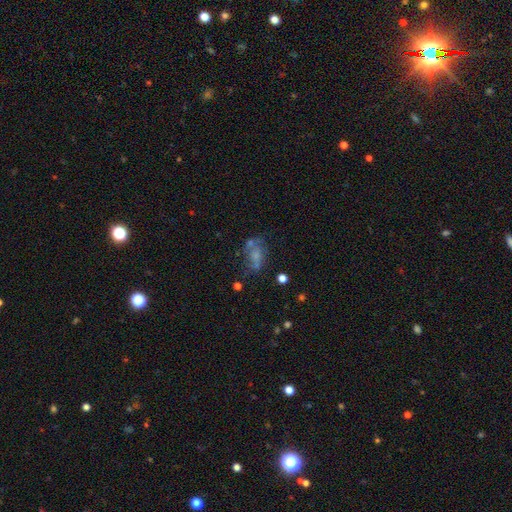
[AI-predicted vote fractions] This appears to be a smooth galaxy with no disk features (42%). Merging: none (38%).